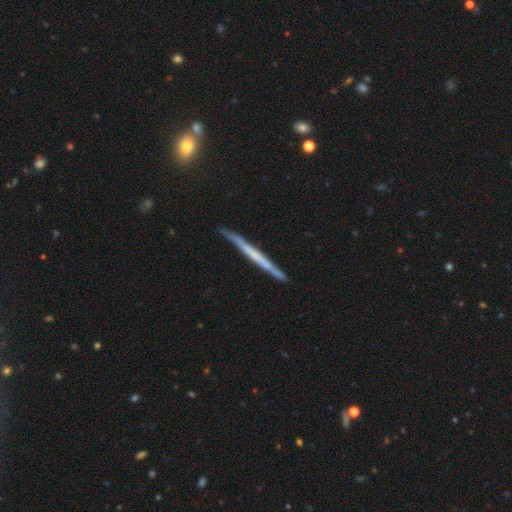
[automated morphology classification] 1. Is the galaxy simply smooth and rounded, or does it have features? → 60% featured or disk, 34% smooth, 6% star or artifact.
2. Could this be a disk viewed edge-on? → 96% yes, 4% no.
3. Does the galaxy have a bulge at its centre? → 82% none, 11% rounded, 8% boxy.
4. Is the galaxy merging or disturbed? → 86% none, 10% minor disturbance, 2% major disturbance, 2% merger.